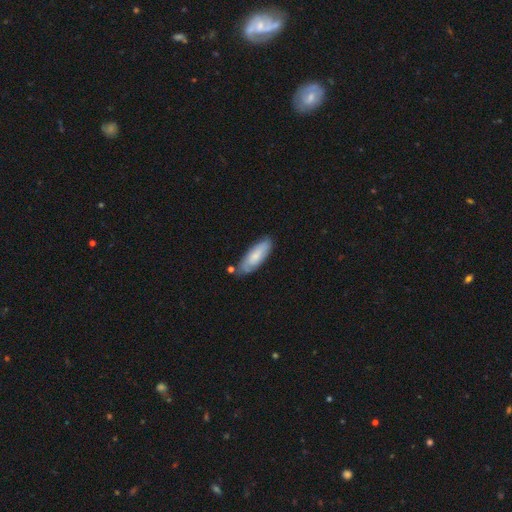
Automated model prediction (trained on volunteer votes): A smooth galaxy with no disk features (65%) that is in between round and cigar-shaped (65%). Merging: none (71%).